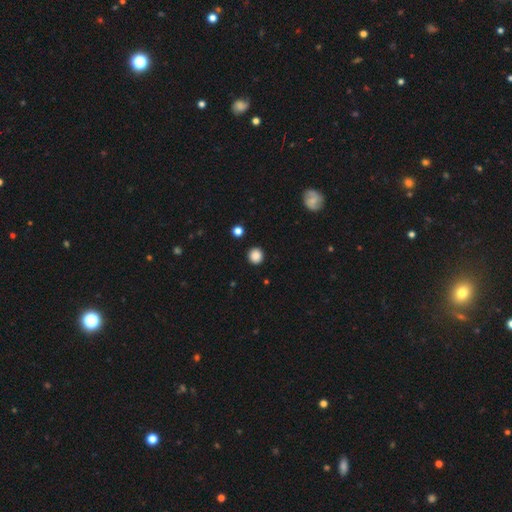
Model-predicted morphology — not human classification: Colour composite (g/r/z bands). It shows a smooth galaxy with no disk features (87%) that is round (89%). Merging: none (91%).